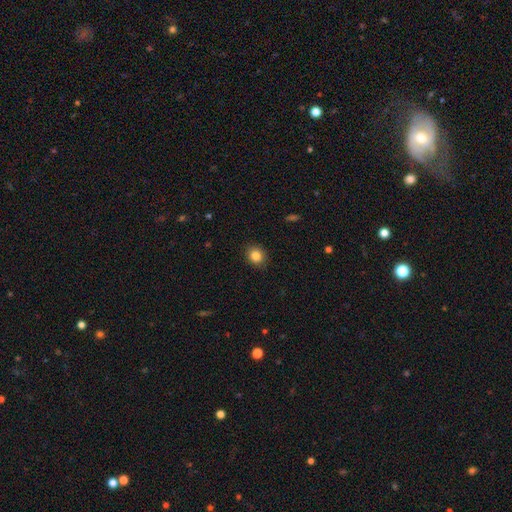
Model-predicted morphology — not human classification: Smooth or featured?
  - smooth: 85% *
  - star or artifact: 10%
  - featured or disk: 5%
How rounded?
  - round: 71% *
  - in between: 28%
  - cigar-shaped: 1%
Merging?
  - none: 89% *
  - minor disturbance: 8%
  - major disturbance: 2%
  - merger: 1%